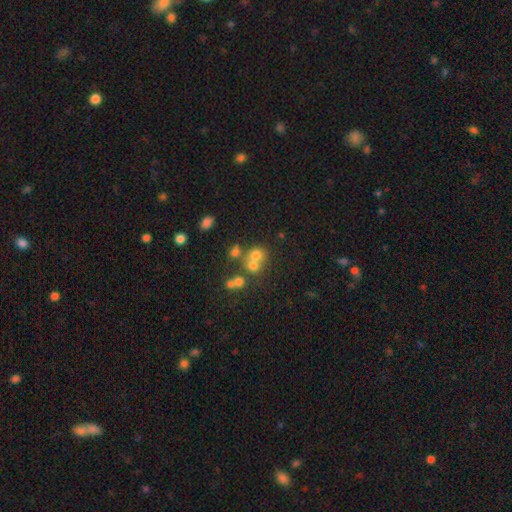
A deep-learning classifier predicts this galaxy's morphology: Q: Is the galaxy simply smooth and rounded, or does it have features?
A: smooth — 62%.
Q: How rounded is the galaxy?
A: round — 73%.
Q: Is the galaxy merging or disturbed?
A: merger — 50%.